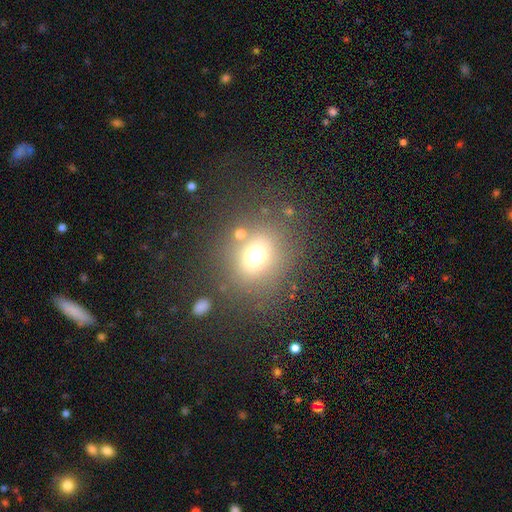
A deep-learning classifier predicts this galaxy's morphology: Smooth or featured?
  - smooth: 68% *
  - star or artifact: 21%
  - featured or disk: 11%
How rounded?
  - round: 73% *
  - in between: 26%
  - cigar-shaped: 1%
Merging?
  - none: 74% *
  - minor disturbance: 11%
  - merger: 8%
  - major disturbance: 7%